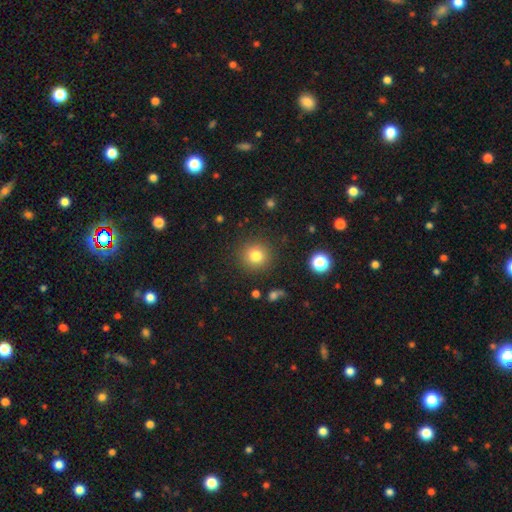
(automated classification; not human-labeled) Q: Smooth or featured?
A: smooth (79%); runner-up: star or artifact (13%)
Q: How rounded?
A: round (93%); runner-up: in between (6%)
Q: Merging?
A: none (89%); runner-up: minor disturbance (7%)